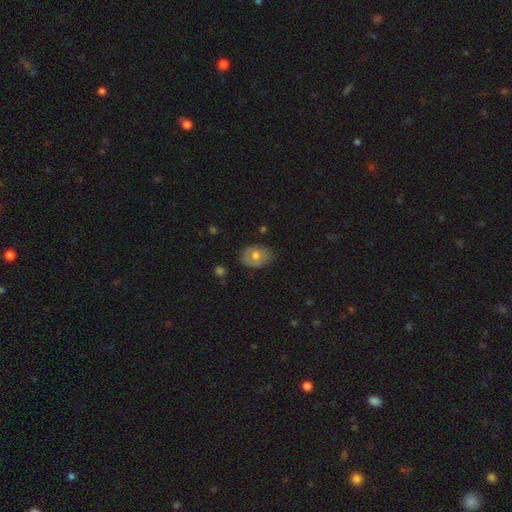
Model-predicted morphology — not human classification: Smooth or featured? Predicted: smooth (p=0.58). How rounded? Predicted: in between (p=0.67). Merging? Predicted: none (p=0.76).